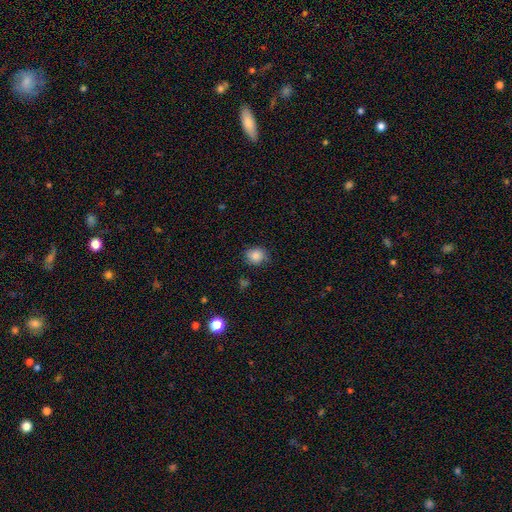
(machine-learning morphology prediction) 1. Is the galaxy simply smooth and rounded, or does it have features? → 85% smooth, 10% star or artifact, 5% featured or disk.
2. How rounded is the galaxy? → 74% round, 25% in between, 1% cigar-shaped.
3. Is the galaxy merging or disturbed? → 79% none, 16% minor disturbance, 3% major disturbance, 2% merger.